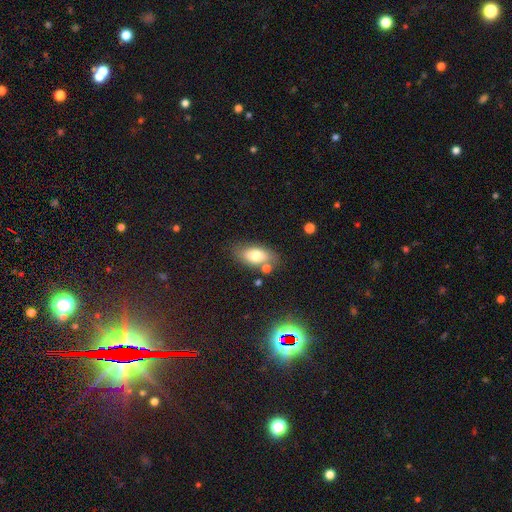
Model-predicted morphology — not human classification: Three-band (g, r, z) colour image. It shows a smooth galaxy with no disk features (71%) that is in between round and cigar-shaped (88%). Merging: none (68%).